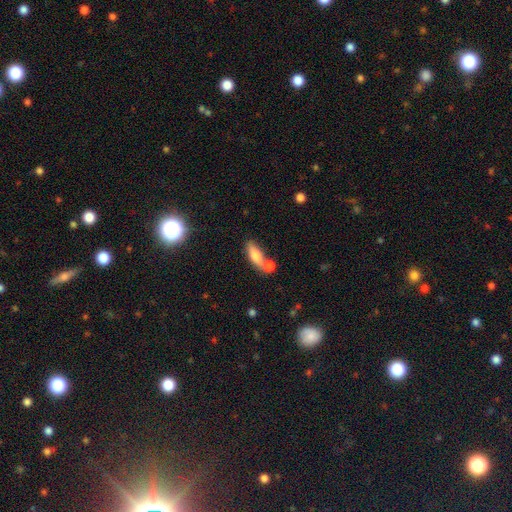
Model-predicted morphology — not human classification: Smooth or featured: smooth — 75% (featured or disk — 17%)
How rounded: in between — 70% (cigar-shaped — 26%)
Merging: none — 50% (merger — 33%)